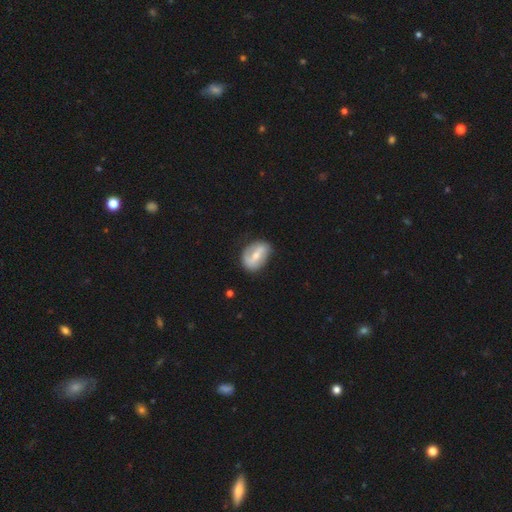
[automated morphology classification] smooth_or_featured: featured or disk (p=0.63) [alt: smooth p=0.31]
disk_edge_on: no (p=0.94) [alt: yes p=0.06]
bar: strong (p=0.49) [alt: weak p=0.35]
has_spiral_arms: yes (p=0.64) [alt: no p=0.36]
bulge_size: moderate (p=0.51) [alt: small p=0.43]
merging: none (p=0.74) [alt: minor disturbance p=0.19]